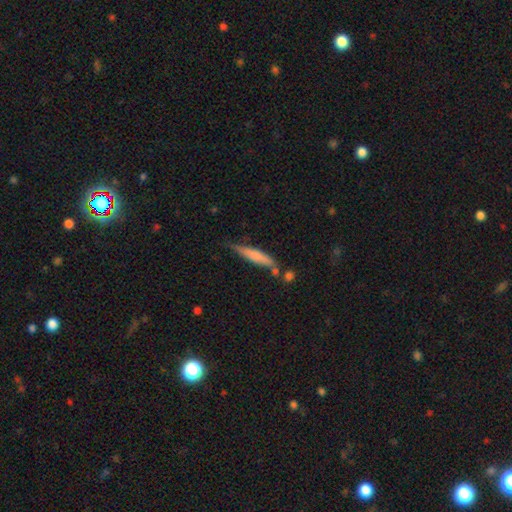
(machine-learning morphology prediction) This is likely a smooth galaxy (63%). How rounded: clearly cigar-shaped (87%). Merging: likely none (61%).